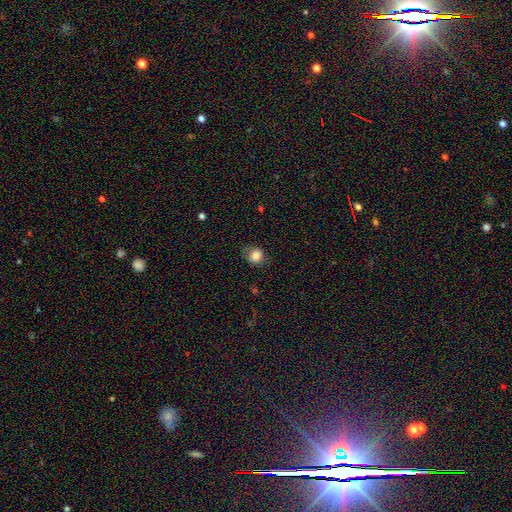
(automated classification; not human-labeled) Smooth or featured? smooth (84%)
How rounded? round (75%)
Merging? none (70%)